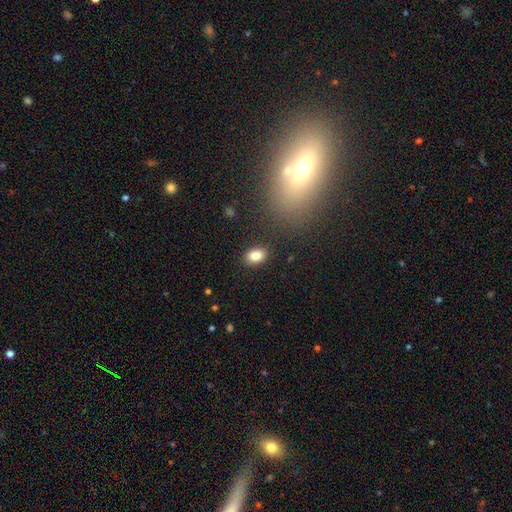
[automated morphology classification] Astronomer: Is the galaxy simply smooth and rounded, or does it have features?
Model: smooth — 83%.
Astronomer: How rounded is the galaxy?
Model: in between — 80%.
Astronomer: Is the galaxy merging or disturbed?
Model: none — 87%.